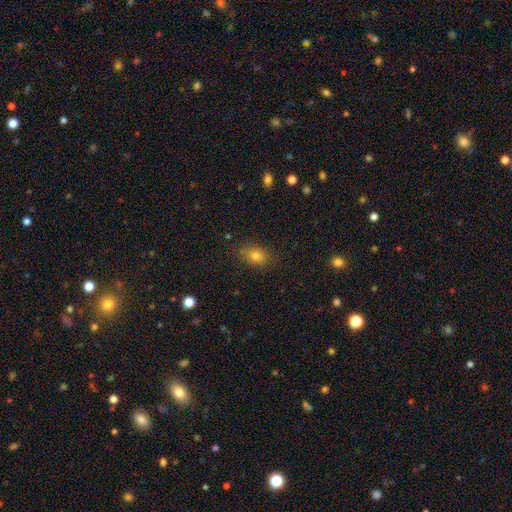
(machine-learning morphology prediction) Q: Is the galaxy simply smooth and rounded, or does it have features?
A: smooth — 76%.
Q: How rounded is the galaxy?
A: in between — 71%.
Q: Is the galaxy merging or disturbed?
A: none — 84%.